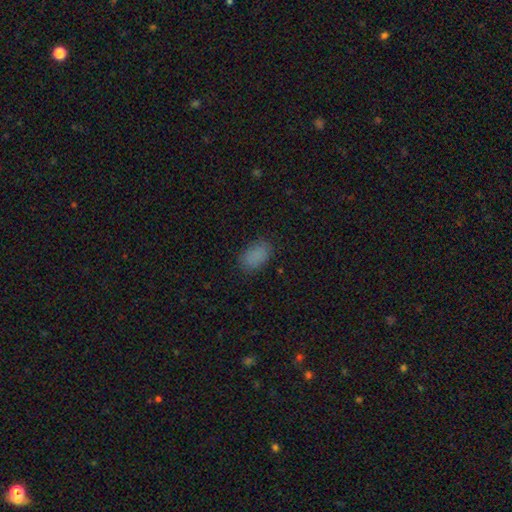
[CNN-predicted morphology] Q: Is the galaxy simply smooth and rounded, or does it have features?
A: smooth — 85%.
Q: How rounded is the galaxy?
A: in between — 90%.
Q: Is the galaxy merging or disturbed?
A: none — 81%.